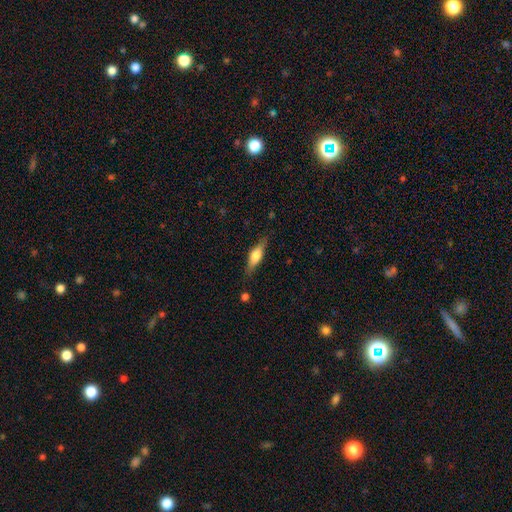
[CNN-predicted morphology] This appears to be a smooth galaxy with no disk features (51%) that is cigar-shaped (54%). Merging: none (81%).